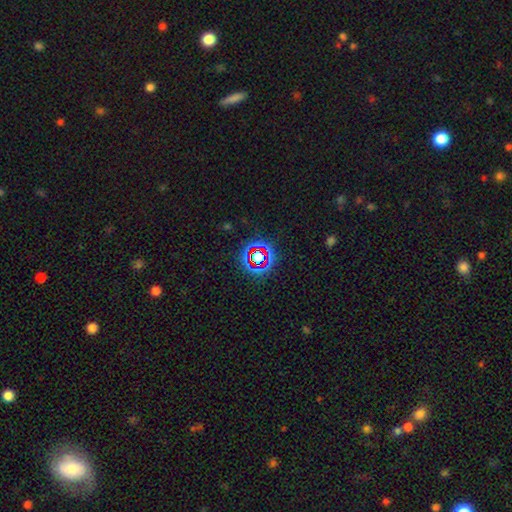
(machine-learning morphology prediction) This appears to be a star or artifact, not a galaxy (72%).